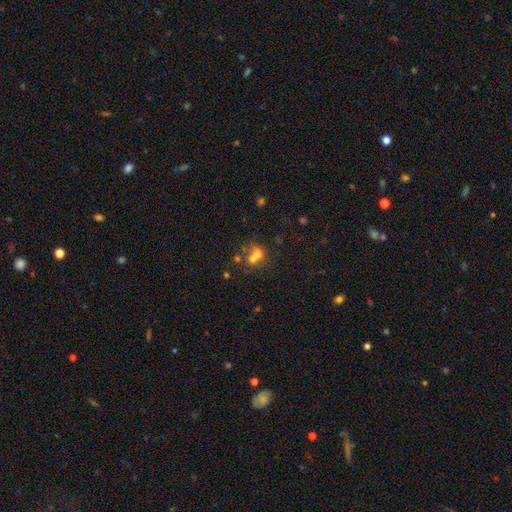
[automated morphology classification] The model was most divided on "how rounded": round: 62%, in between: 36%, cigar-shaped: 1%. More confident: smooth or featured — smooth (60%); merging — merger (59%).